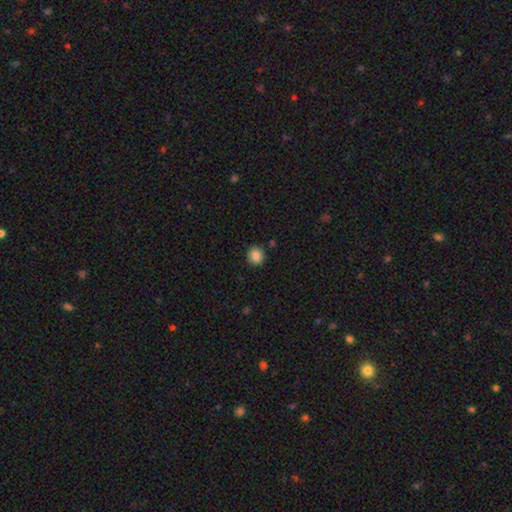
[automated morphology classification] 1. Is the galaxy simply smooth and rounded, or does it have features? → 86% smooth, 10% star or artifact, 4% featured or disk.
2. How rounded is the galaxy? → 87% round, 12% in between, 1% cigar-shaped.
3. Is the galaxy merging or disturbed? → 90% none, 6% minor disturbance, 2% merger, 2% major disturbance.